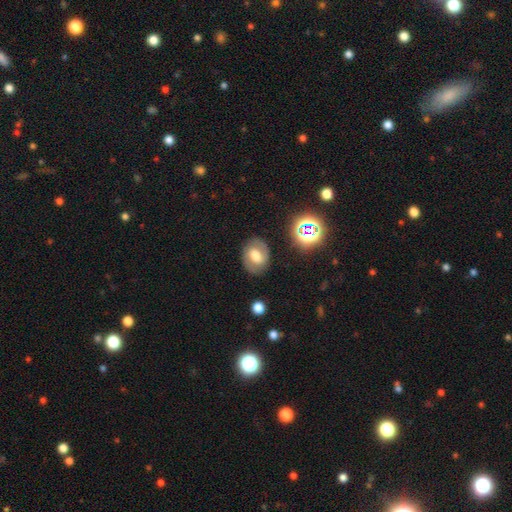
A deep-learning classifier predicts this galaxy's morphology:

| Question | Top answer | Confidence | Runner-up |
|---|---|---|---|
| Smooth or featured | featured or disk | 49% | smooth (40%) |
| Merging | none | 83% | minor disturbance (12%) |